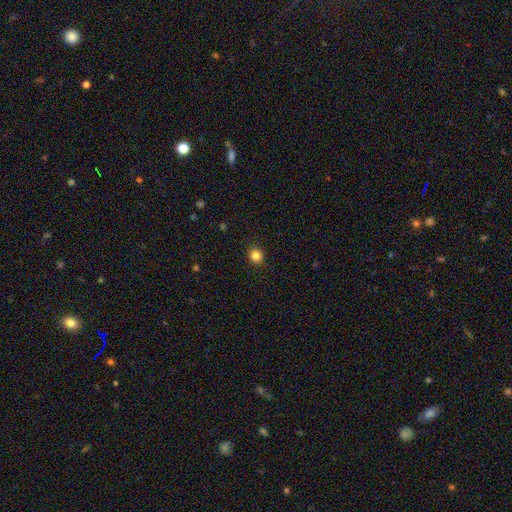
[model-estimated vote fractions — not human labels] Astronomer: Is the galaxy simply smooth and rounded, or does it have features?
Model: smooth — 84%.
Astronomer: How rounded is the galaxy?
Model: round — 88%.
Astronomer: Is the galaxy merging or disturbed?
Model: none — 91%.